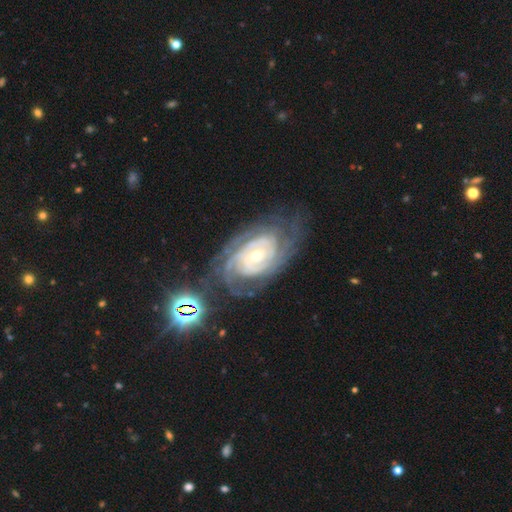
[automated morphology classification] This appears to be a featured or disk galaxy (90%) with no bar (48%), tight (75%) spiral arms (98%) and a small central bulge (61%). Merging: none (69%).